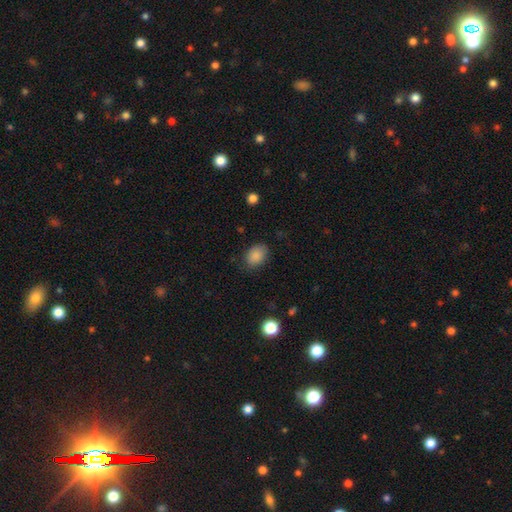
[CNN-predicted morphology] The model was most divided on "how rounded": in between: 75%, round: 24%, cigar-shaped: 1%. More confident: smooth or featured — smooth (88%); merging — none (80%).